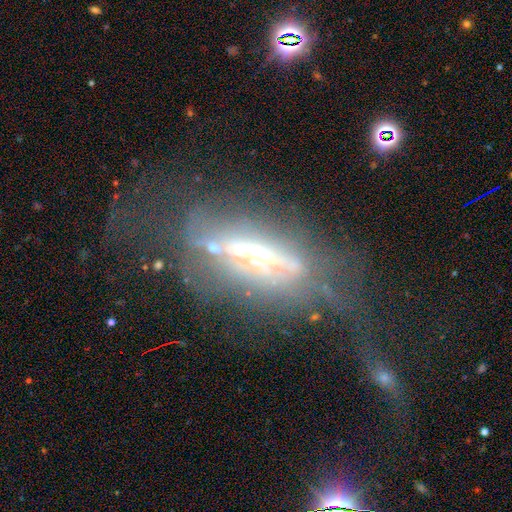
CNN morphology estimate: Smooth or featured? Predicted: featured or disk (p=0.70). Edge-on disk? Predicted: yes (p=0.58). Merging? Predicted: major disturbance (p=0.42).